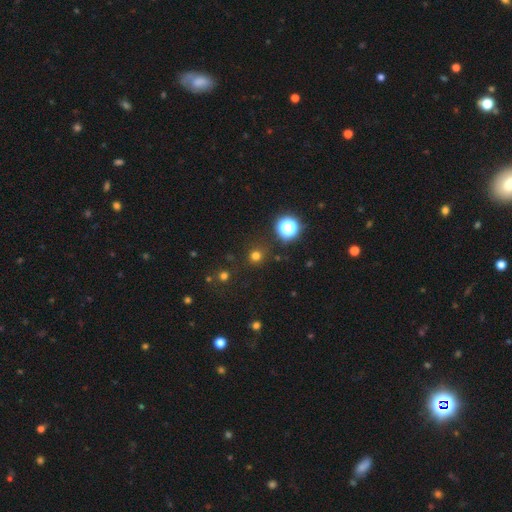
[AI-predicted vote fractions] This appears to be a smooth galaxy with no disk features (72%) that is round (93%). Merging: none (88%).